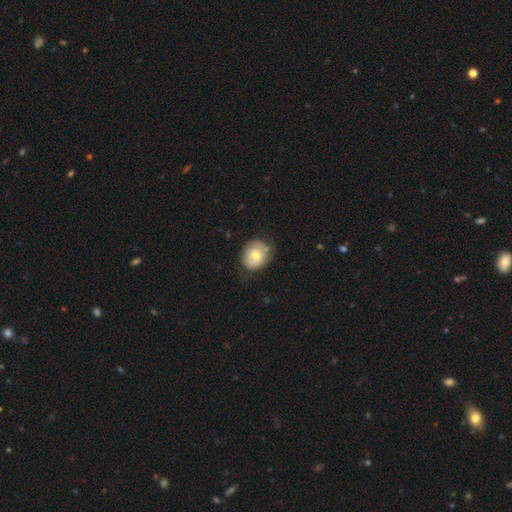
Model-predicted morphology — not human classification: Overall: smooth (69%). How rounded: round (64%; in between 35%). Merging: none (66%).